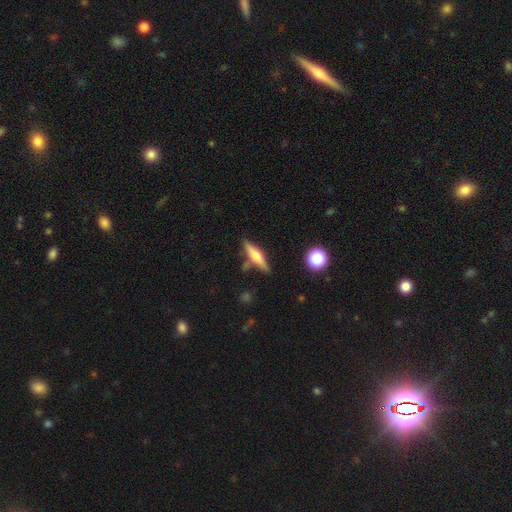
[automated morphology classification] Smooth or featured? Predicted: featured or disk (p=0.52). Edge-on disk? Predicted: yes (p=0.94). Merging? Predicted: none (p=0.79).